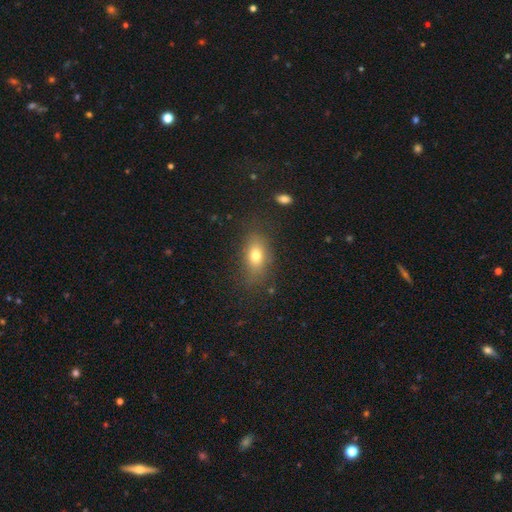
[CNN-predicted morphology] A smooth galaxy with no disk features (74%) that is in between round and cigar-shaped (80%). Merging: none (75%).